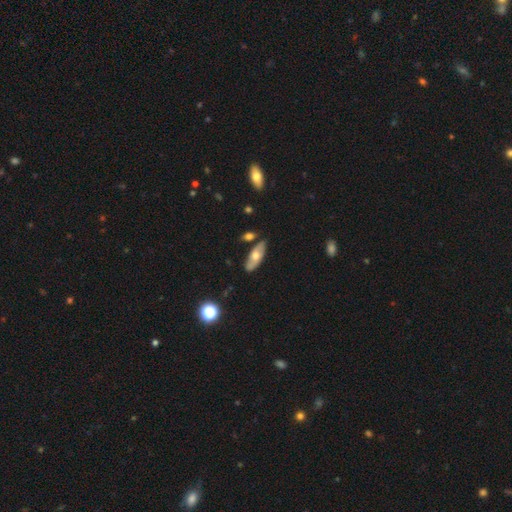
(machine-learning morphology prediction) Smooth or featured?
  - smooth: 51% *
  - featured or disk: 42%
  - star or artifact: 7%
How rounded?
  - in between: 74% *
  - cigar-shaped: 22%
  - round: 3%
Merging?
  - none: 76% *
  - minor disturbance: 15%
  - merger: 6%
  - major disturbance: 3%